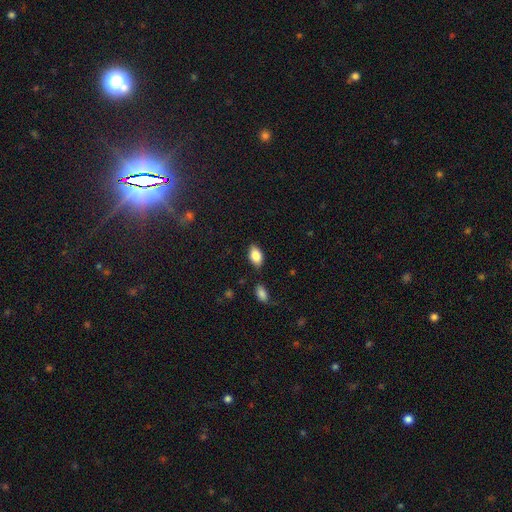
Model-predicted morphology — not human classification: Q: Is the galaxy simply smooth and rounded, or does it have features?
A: smooth — 85%.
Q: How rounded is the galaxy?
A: in between — 91%.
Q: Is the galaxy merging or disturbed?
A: none — 79%.